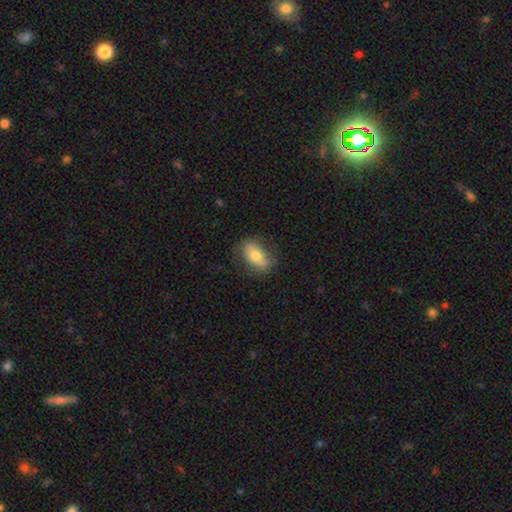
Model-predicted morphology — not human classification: Overall: smooth (68%). How rounded: in between (88%). Merging: none (69%).